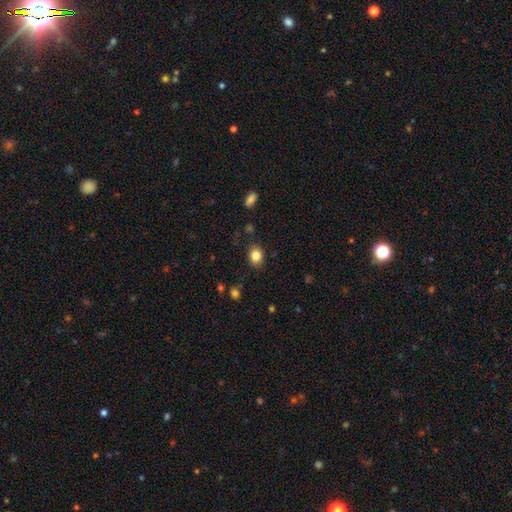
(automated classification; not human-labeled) Morphology: type=smooth (84%); roundness=in between (59%); merging=none (83%).